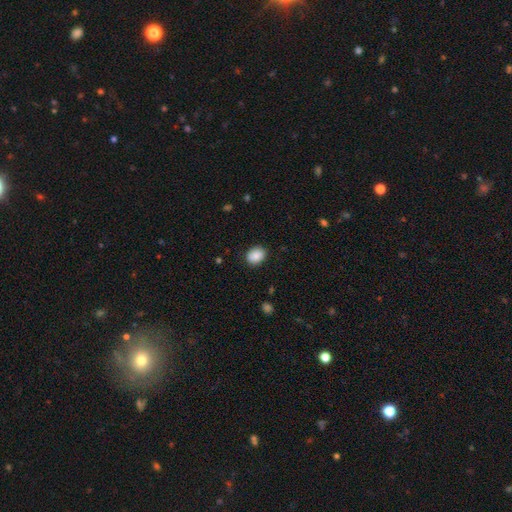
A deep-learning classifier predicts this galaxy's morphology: Smooth or featured? smooth (88%)
How rounded? in between (57%)
Merging? none (87%)